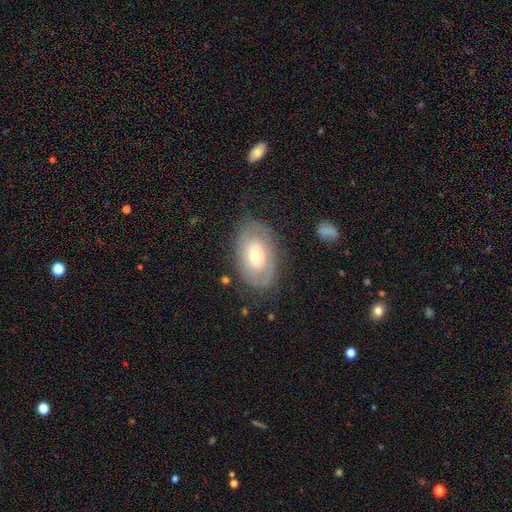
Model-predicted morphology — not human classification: A featured or disk galaxy (61%) with no bar (78%), spiral arms (56%) and a moderate central bulge (49%).

Vote fractions:
- Smooth or featured? featured or disk: 61% / smooth: 33% / star or artifact: 6%
- Edge-on disk? no: 93% / yes: 7%
- Bar? no: 78% / weak: 17% / strong: 5%
- Spiral arms? yes: 56% / no: 44%
- Bulge size? moderate: 49% / small: 44% / large: 4% / dominant: 1% / none: 1%
- Merging? none: 74% / minor disturbance: 17% / major disturbance: 7% / merger: 2%